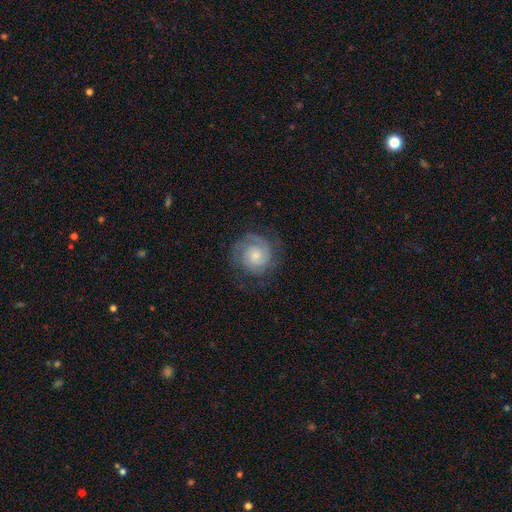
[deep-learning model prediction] A featured or disk galaxy (72%) with no bar (70%), 2 (53%) tight (67%) spiral arms (94%) and a small central bulge (51%). Merging: none (75%).